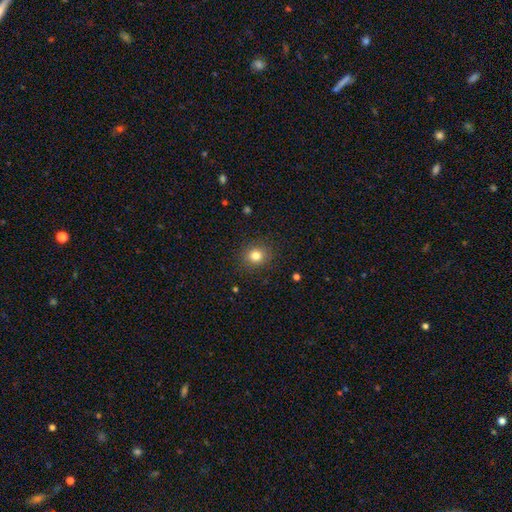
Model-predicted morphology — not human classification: Smooth or featured?
  - smooth: 81% *
  - star or artifact: 12%
  - featured or disk: 6%
How rounded?
  - round: 83% *
  - in between: 16%
  - cigar-shaped: 1%
Merging?
  - none: 89% *
  - minor disturbance: 8%
  - major disturbance: 3%
  - merger: 1%